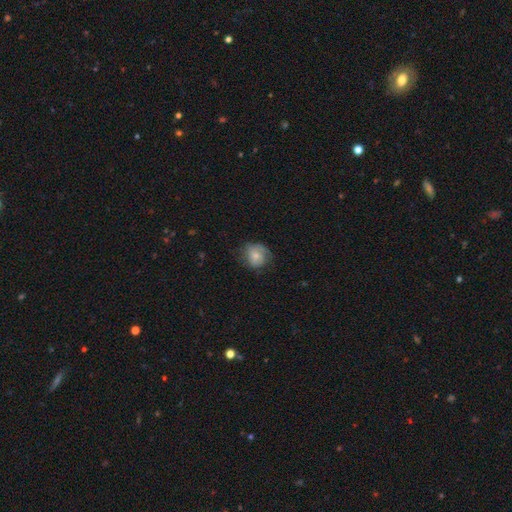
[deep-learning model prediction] This is likely a smooth galaxy (63%). How rounded: likely round (71%). Merging: possibly none (57%).